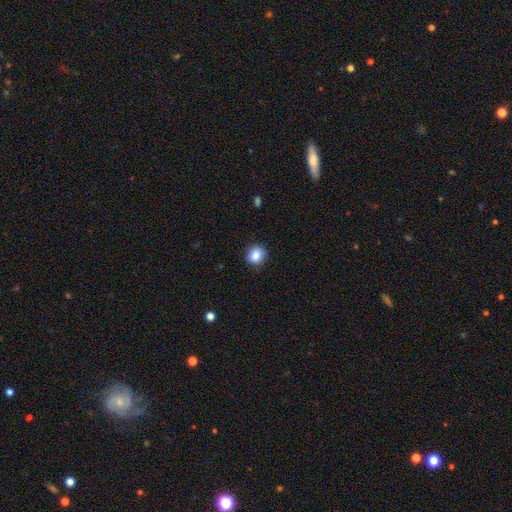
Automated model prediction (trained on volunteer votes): smooth_or_featured: smooth (p=0.85) [alt: star or artifact p=0.10]
how_rounded: round (p=0.85) [alt: in between p=0.14]
merging: none (p=0.91) [alt: minor disturbance p=0.07]